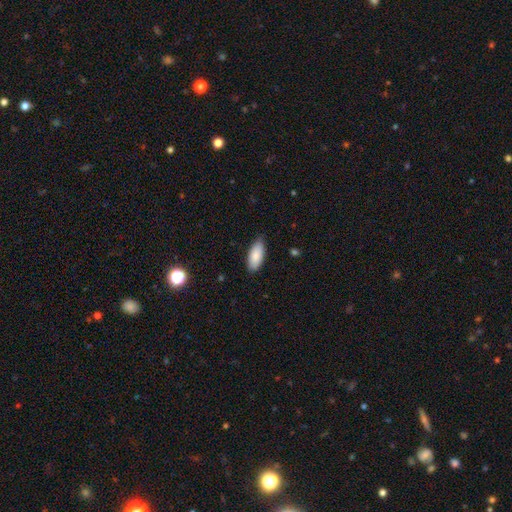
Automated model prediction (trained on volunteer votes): Q: Smooth or featured?
A: smooth (86%); runner-up: featured or disk (8%)
Q: How rounded?
A: in between (88%); runner-up: cigar-shaped (11%)
Q: Merging?
A: none (81%); runner-up: minor disturbance (15%)